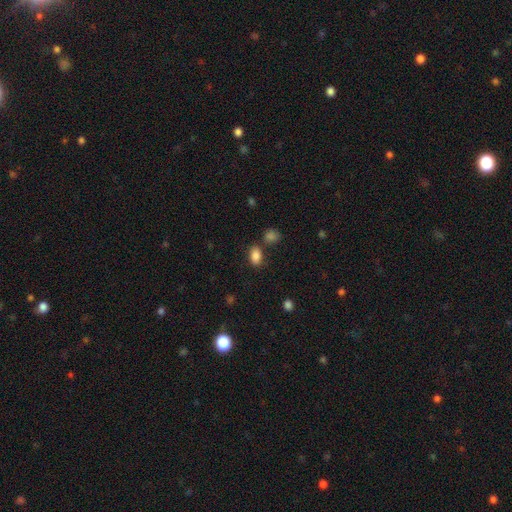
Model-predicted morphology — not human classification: Overall: smooth (86%). How rounded: in between (87%). Merging: none (73%).